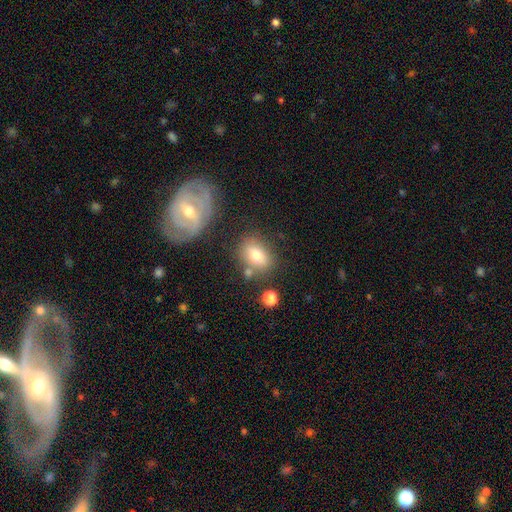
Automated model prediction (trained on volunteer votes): Smooth or featured? Predicted: smooth (p=0.73). How rounded? Predicted: in between (p=0.73). Merging? Predicted: none (p=0.66).